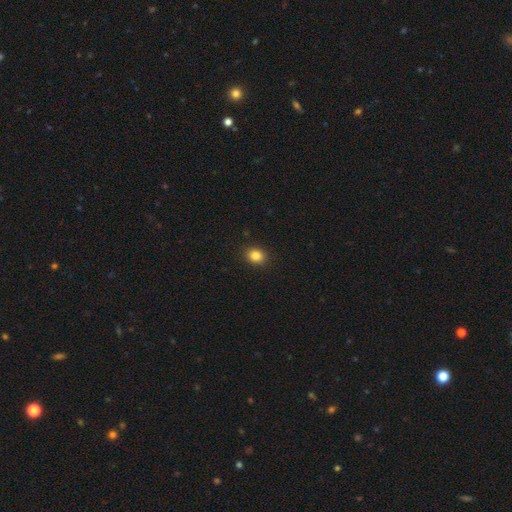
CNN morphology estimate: Smooth or featured: smooth — 85% (star or artifact — 11%)
How rounded: round — 61% (in between — 38%)
Merging: none — 91% (minor disturbance — 6%)